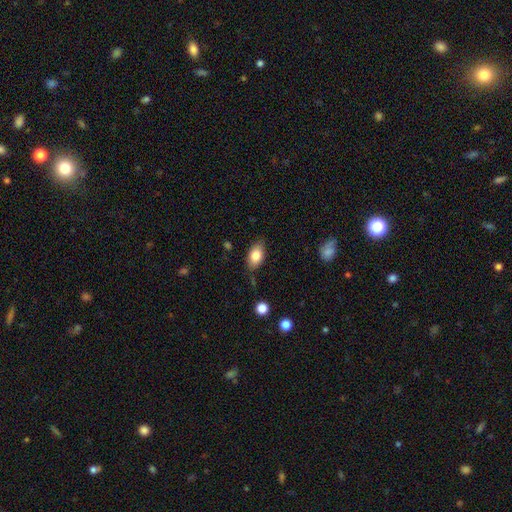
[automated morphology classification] This appears to be a smooth galaxy with no disk features (81%) that is in between round and cigar-shaped (90%). Merging: none (78%).